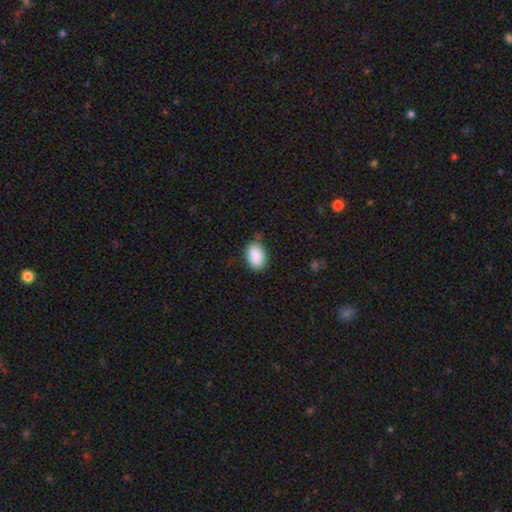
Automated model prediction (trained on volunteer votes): smooth 90%, star or artifact 7%, featured or disk 3%. Down the decision tree: how rounded — in between (89%); merging — none (73%).